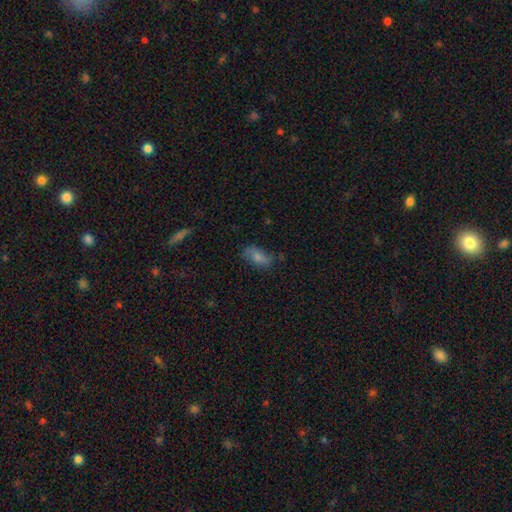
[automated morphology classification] smooth-or-featured: smooth: 65% | featured or disk: 24% | star or artifact: 11%
  how-rounded: in between: 85% | cigar-shaped: 10% | round: 5%
  merging: none: 67% | minor disturbance: 24% | major disturbance: 7% | merger: 2%